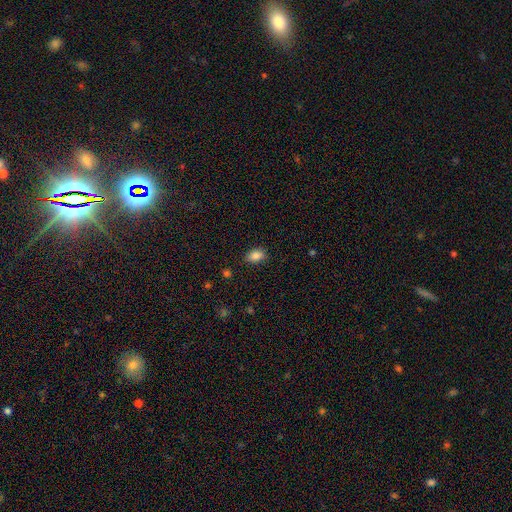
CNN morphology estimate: smooth-or-featured: smooth: 85% | star or artifact: 9% | featured or disk: 5%
  how-rounded: in between: 84% | round: 15% | cigar-shaped: 2%
  merging: none: 85% | minor disturbance: 11% | major disturbance: 2% | merger: 1%